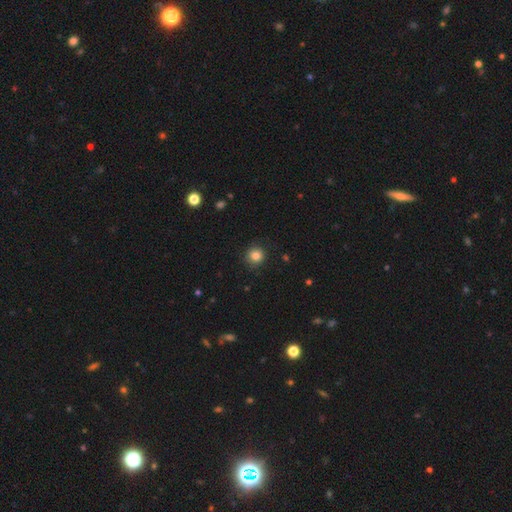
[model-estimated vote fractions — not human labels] Smooth or featured?
  - smooth: 83% *
  - star or artifact: 11%
  - featured or disk: 6%
How rounded?
  - round: 92% *
  - in between: 7%
  - cigar-shaped: 1%
Merging?
  - none: 87% *
  - minor disturbance: 9%
  - major disturbance: 2%
  - merger: 1%